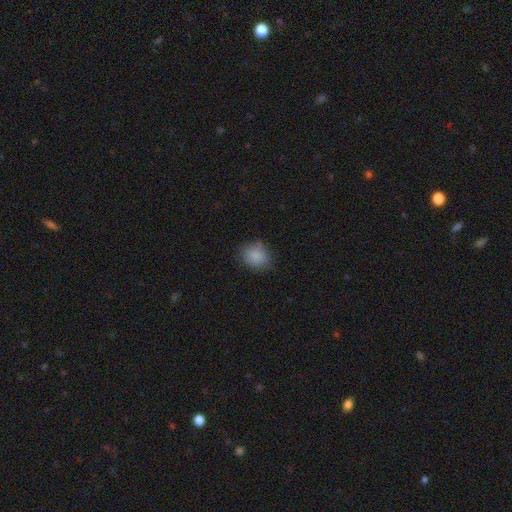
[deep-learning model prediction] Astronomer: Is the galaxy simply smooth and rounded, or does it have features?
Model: smooth — 86%.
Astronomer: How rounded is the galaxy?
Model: round — 65%.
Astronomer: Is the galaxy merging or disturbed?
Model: none — 75%.